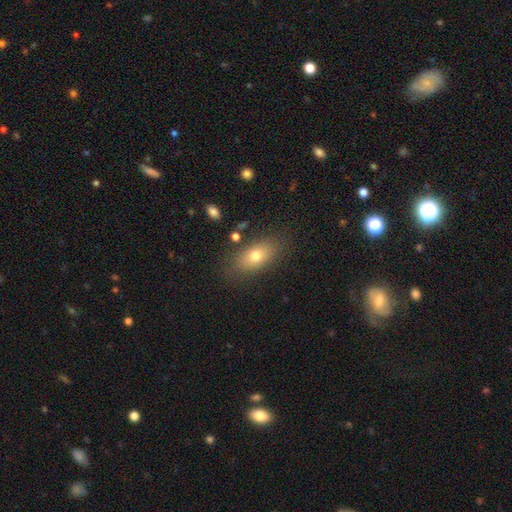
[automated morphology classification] smooth_or_featured: smooth (p=0.72) [alt: featured or disk p=0.18]
how_rounded: in between (p=0.82) [alt: round p=0.10]
merging: none (p=0.82) [alt: minor disturbance p=0.12]